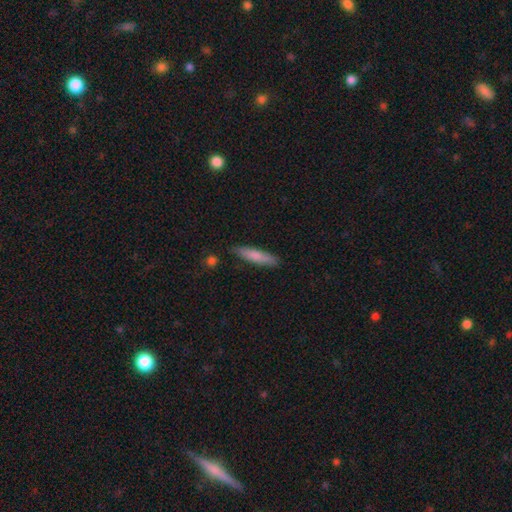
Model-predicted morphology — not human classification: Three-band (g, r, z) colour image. It shows a smooth galaxy with no disk features (77%) that is cigar-shaped (85%). Merging: none (85%).